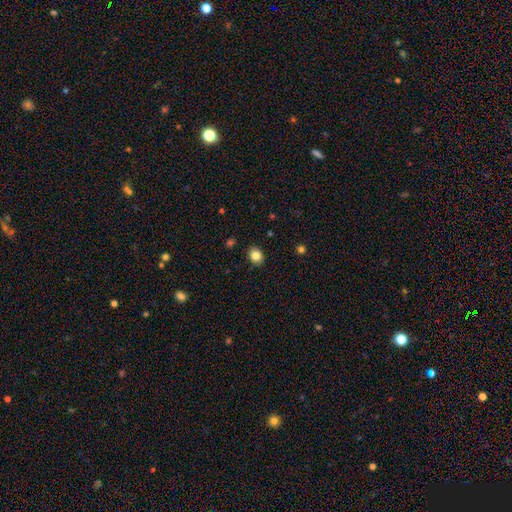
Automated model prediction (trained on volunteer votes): Smooth or featured: smooth — 84% (star or artifact — 10%)
How rounded: round — 55% (in between — 44%)
Merging: none — 89% (minor disturbance — 8%)